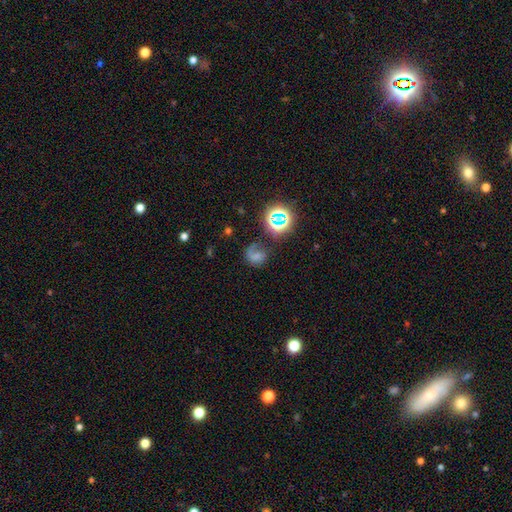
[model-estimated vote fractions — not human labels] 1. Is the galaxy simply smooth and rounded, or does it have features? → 41% smooth, 35% featured or disk, 24% star or artifact.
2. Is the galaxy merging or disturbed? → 41% none, 31% major disturbance, 20% minor disturbance, 8% merger.